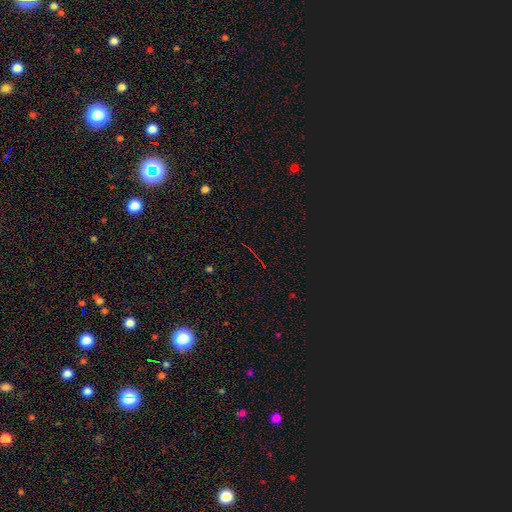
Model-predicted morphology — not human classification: A star or artifact, not a galaxy (74%).